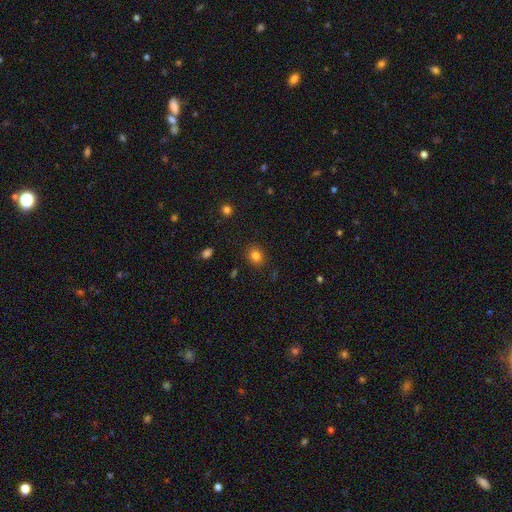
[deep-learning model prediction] This appears to be a smooth galaxy with no disk features (82%) that is round (67%). Merging: none (87%).